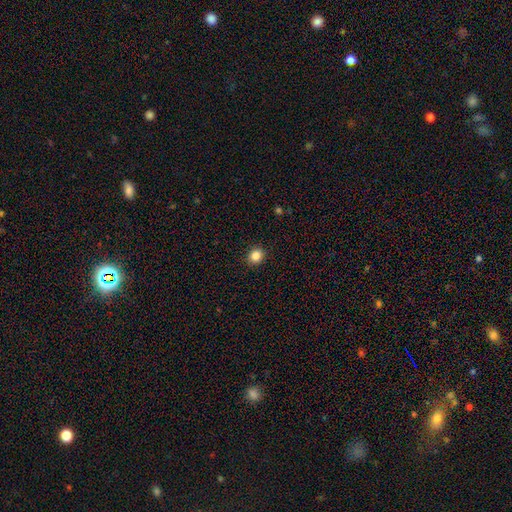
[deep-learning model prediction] This appears to be a smooth galaxy with no disk features (85%) that is round (75%). Merging: none (91%).